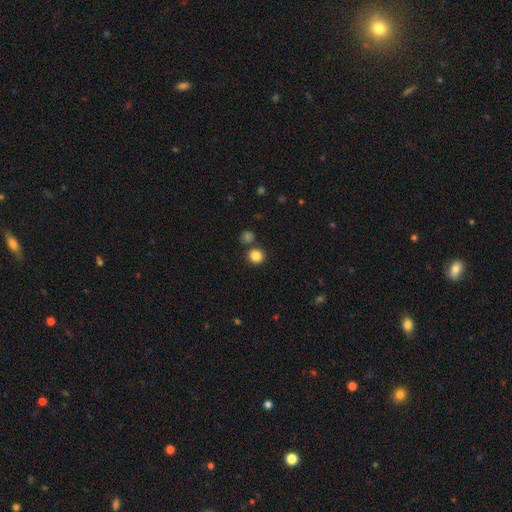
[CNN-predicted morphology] smooth 85%, star or artifact 11%, featured or disk 4%. Down the decision tree: how rounded — round (88%); merging — none (78%).